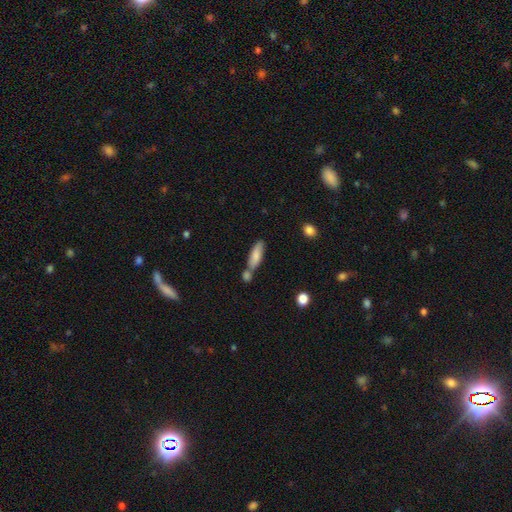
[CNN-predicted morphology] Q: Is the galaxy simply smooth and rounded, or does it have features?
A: smooth — 76%.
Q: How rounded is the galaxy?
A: cigar-shaped — 52%.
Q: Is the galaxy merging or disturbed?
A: none — 48%.